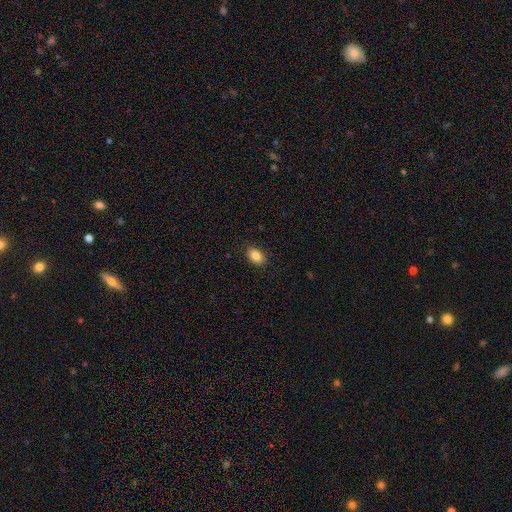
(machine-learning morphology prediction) Smooth or featured: smooth — 85% (star or artifact — 8%)
How rounded: in between — 83% (round — 15%)
Merging: none — 89% (minor disturbance — 8%)